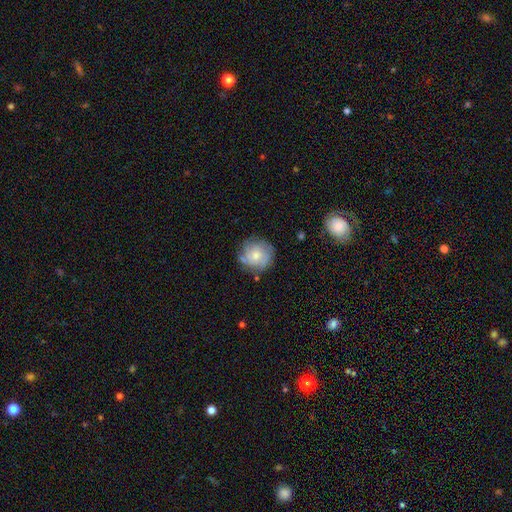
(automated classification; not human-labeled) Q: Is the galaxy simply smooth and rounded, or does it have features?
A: featured or disk — 49%.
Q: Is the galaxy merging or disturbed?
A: none — 74%.